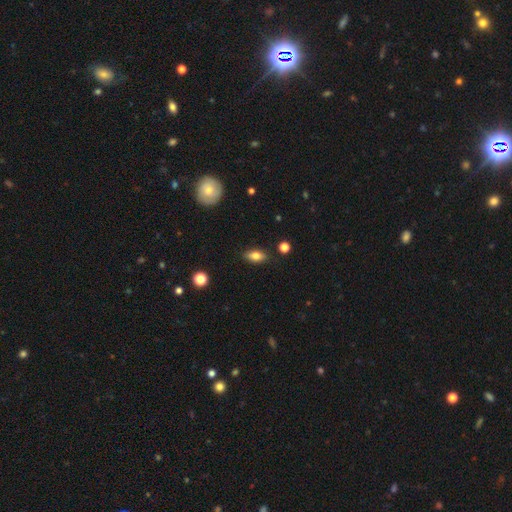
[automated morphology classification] type=smooth (76%); roundness=in between (83%); merging=none (86%).